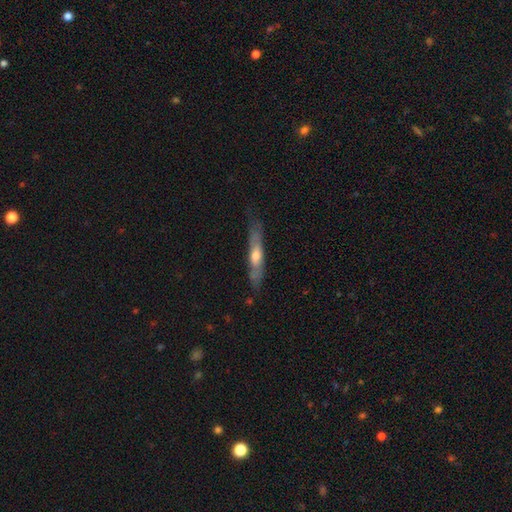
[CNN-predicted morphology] Smooth or featured: featured or disk — 57% (smooth — 37%)
Edge-on disk: yes — 77% (no — 23%)
Merging: none — 73% (minor disturbance — 20%)